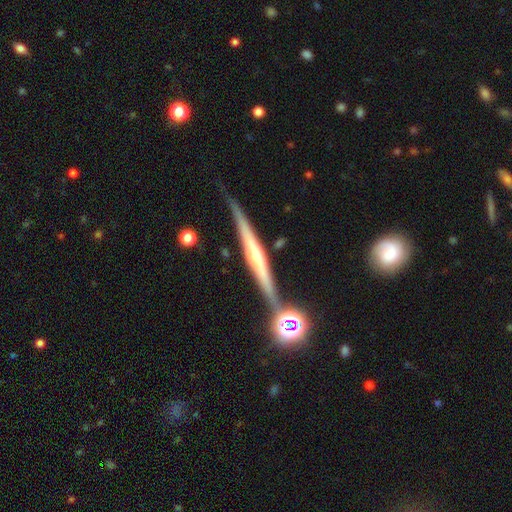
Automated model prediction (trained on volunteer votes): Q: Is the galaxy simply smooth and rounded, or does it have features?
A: featured or disk — 71%.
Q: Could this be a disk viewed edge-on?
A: yes — 96%.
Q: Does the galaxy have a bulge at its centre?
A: rounded — 62%.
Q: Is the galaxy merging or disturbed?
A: none — 81%.